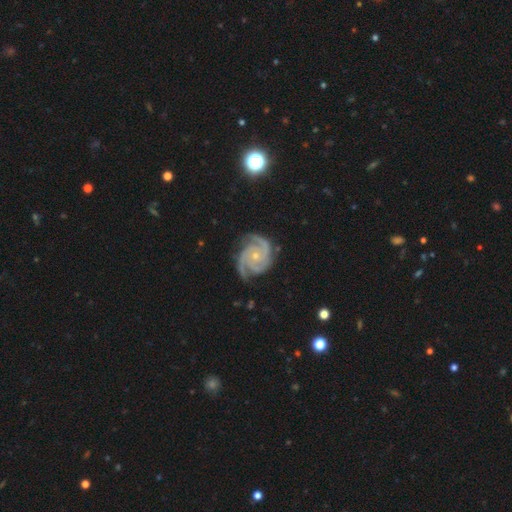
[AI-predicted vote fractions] The model was most divided on "spiral winding": tight: 62%, medium: 34%, loose: 4%. More confident: spiral arms — yes (99%); edge-on disk — no (98%); smooth or featured — featured or disk (93%); bar — no (79%); merging — none (77%); bulge size — small (74%); spiral arm count — 3 (62%).